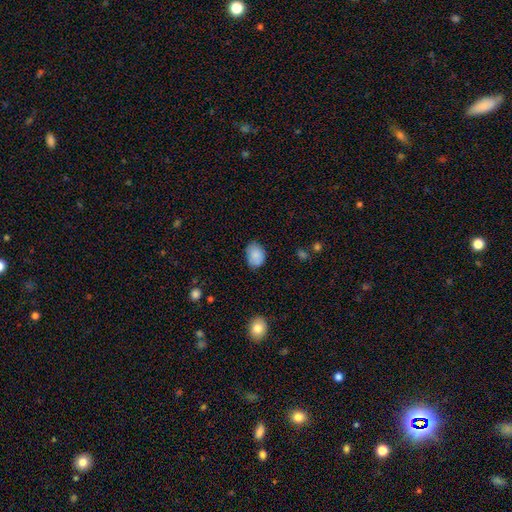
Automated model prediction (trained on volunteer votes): Smooth or featured? smooth (85%)
How rounded? in between (71%)
Merging? none (73%)